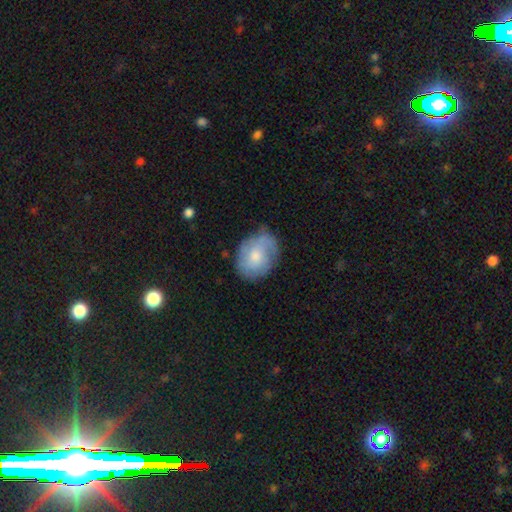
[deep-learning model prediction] smooth 50%, featured or disk 43%, star or artifact 7%. Down the decision tree: merging — none (61%).